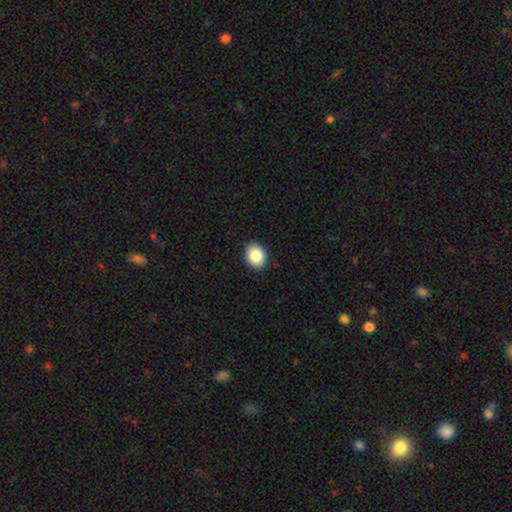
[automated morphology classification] This is clearly a smooth galaxy (87%). How rounded: possibly in between (55%). Merging: clearly none (91%).